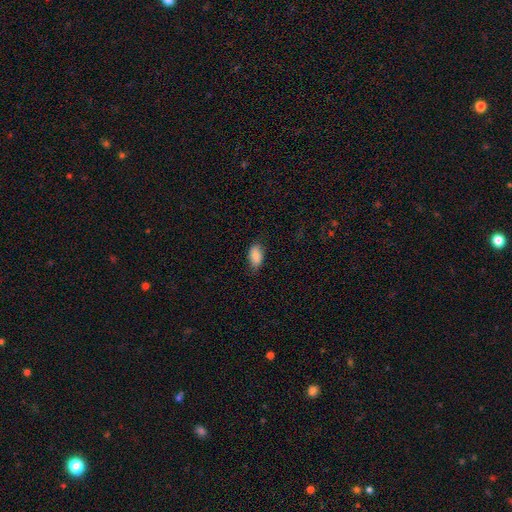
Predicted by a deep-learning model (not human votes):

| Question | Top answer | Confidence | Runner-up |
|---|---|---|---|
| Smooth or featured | smooth | 86% | star or artifact (7%) |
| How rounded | in between | 92% | round (6%) |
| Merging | none | 74% | minor disturbance (20%) |